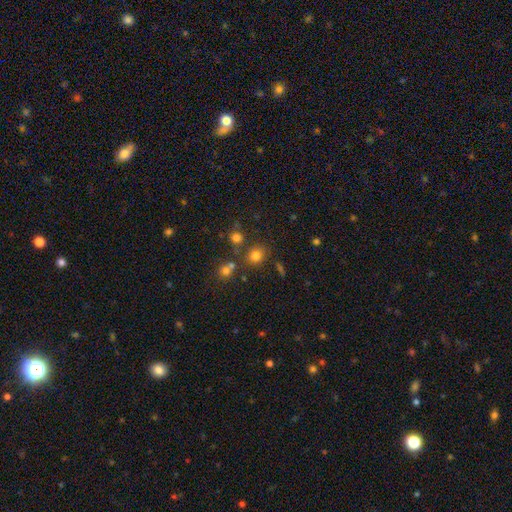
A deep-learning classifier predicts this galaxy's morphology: Smooth or featured? Predicted: smooth (p=0.75). How rounded? Predicted: round (p=0.74). Merging? Predicted: none (p=0.74).